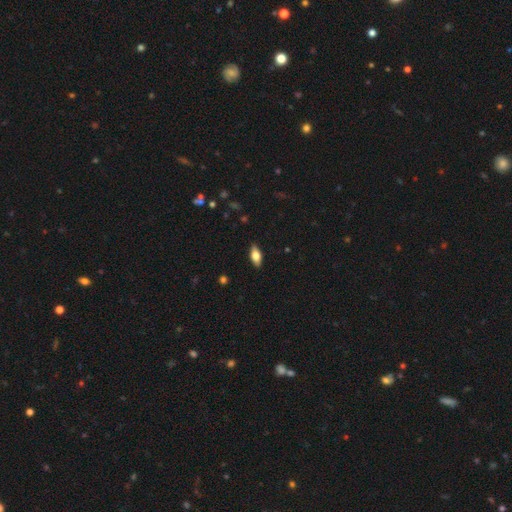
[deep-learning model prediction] smooth 70%, featured or disk 24%, star or artifact 7%. Down the decision tree: how rounded — in between (83%); merging — none (88%).